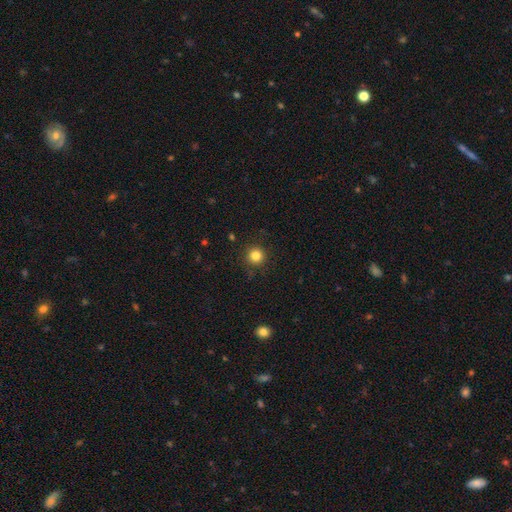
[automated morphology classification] Smooth or featured? smooth (83%)
How rounded? round (95%)
Merging? none (90%)